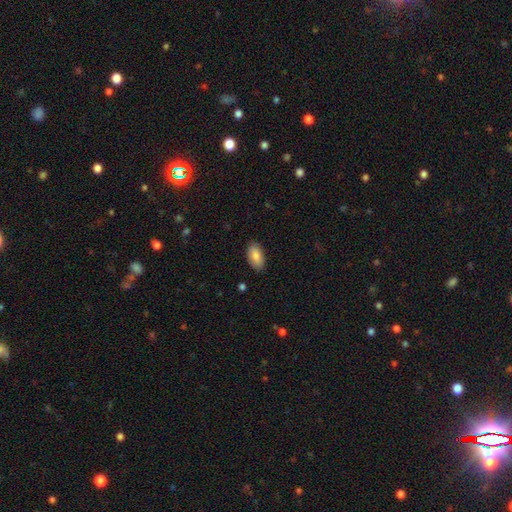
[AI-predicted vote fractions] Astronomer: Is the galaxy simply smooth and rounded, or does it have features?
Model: smooth — 86%.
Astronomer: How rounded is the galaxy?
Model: in between — 94%.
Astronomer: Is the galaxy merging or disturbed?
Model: none — 87%.